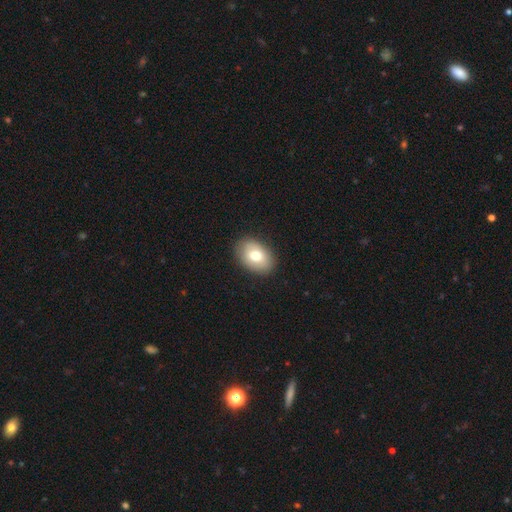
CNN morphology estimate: smooth 75%, featured or disk 18%, star or artifact 7%. Down the decision tree: how rounded — in between (84%); merging — none (88%).